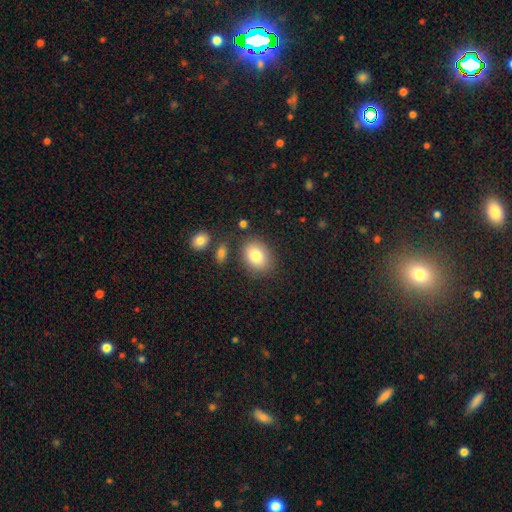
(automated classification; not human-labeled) smooth 82%, featured or disk 10%, star or artifact 8%. Down the decision tree: how rounded — in between (64%); merging — none (79%).